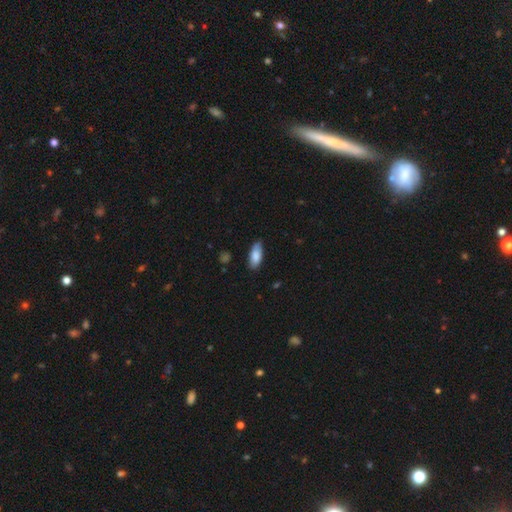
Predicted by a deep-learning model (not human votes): Smooth or featured? smooth (82%)
How rounded? in between (83%)
Merging? none (78%)